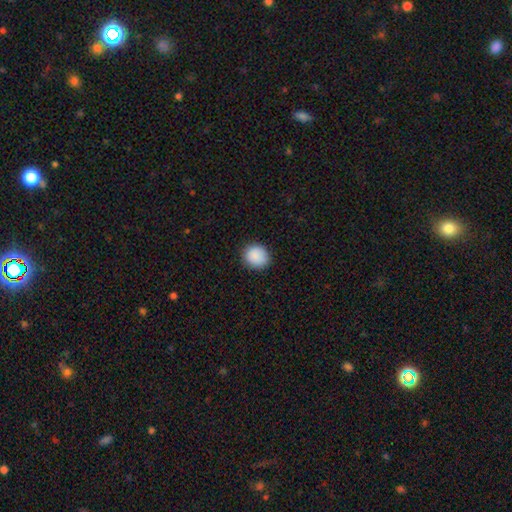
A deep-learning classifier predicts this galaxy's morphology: Q: Smooth or featured?
A: smooth (89%); runner-up: star or artifact (8%)
Q: How rounded?
A: round (79%); runner-up: in between (20%)
Q: Merging?
A: none (88%); runner-up: minor disturbance (9%)